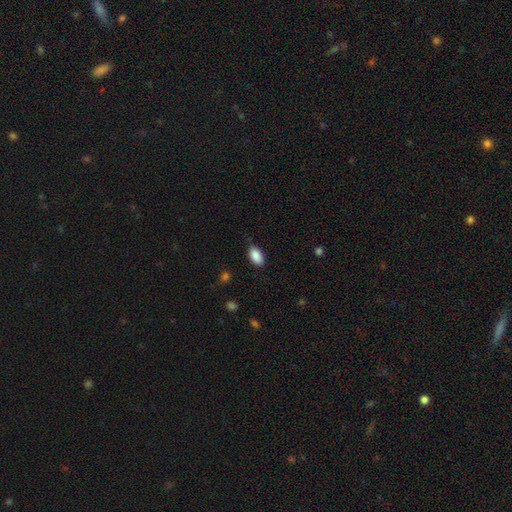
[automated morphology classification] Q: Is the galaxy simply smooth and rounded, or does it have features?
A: smooth — 89%.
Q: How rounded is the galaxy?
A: in between — 93%.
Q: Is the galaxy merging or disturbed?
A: none — 81%.